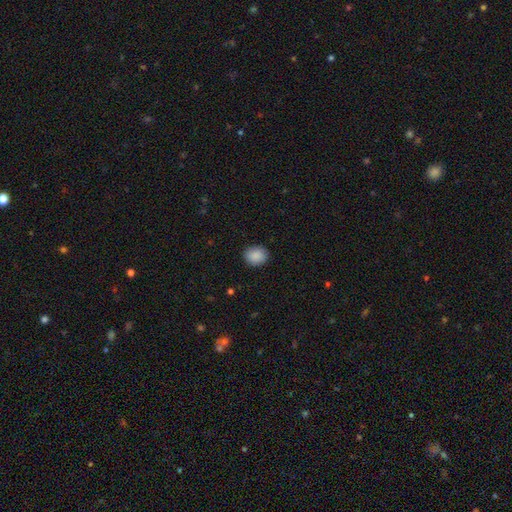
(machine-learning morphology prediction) A smooth galaxy with no disk features (89%) that is round (59%). Merging: none (88%).